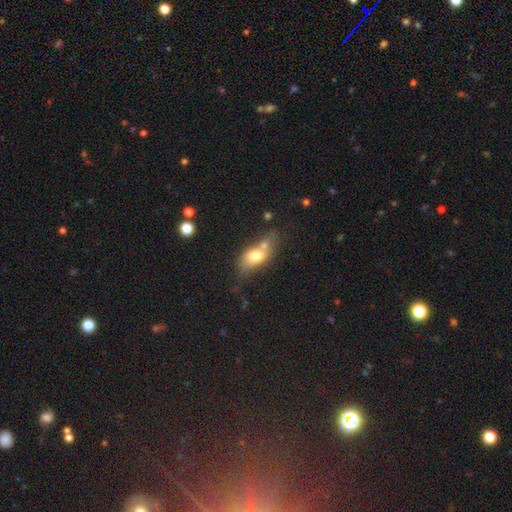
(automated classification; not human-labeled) smooth 68%, featured or disk 24%, star or artifact 9%. Down the decision tree: how rounded — in between (79%); merging — merger (39%).